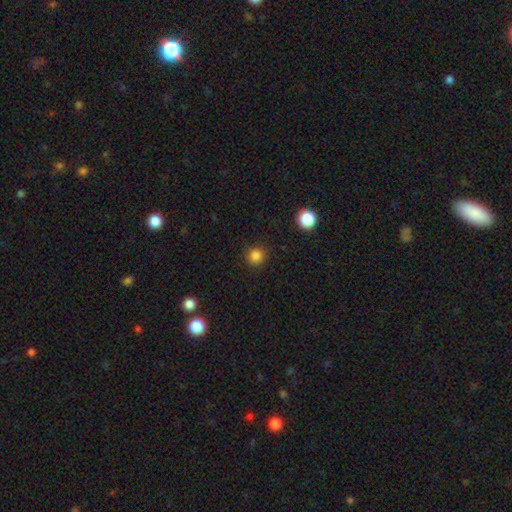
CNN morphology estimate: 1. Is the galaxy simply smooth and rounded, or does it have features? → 84% smooth, 13% star or artifact, 3% featured or disk.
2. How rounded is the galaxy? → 94% round, 5% in between, 1% cigar-shaped.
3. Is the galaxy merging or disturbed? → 91% none, 5% minor disturbance, 2% major disturbance, 1% merger.